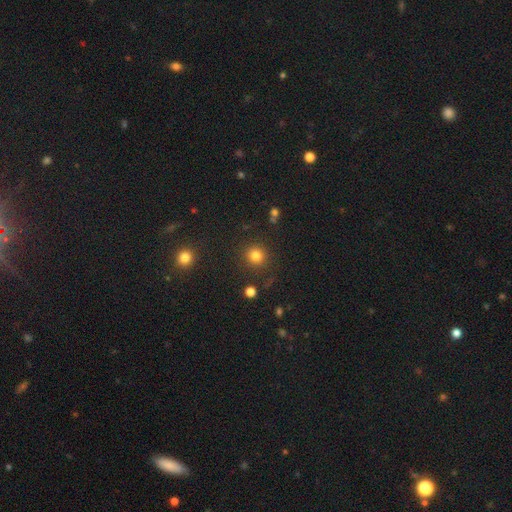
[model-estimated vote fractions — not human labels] Smooth or featured? smooth (81%)
How rounded? round (92%)
Merging? none (88%)